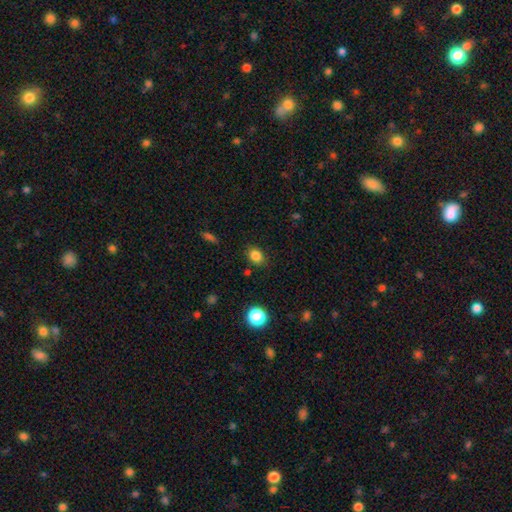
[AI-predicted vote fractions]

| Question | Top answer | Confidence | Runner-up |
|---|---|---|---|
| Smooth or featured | smooth | 83% | star or artifact (12%) |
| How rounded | in between | 53% | round (46%) |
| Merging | none | 83% | minor disturbance (11%) |